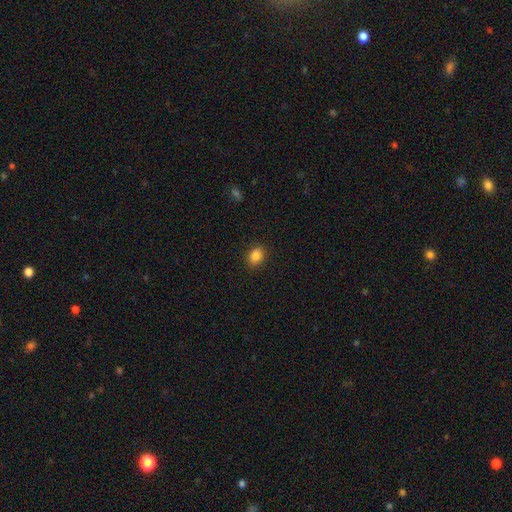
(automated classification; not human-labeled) smooth 86%, star or artifact 10%, featured or disk 4%. Down the decision tree: how rounded — in between (64%); merging — none (89%).